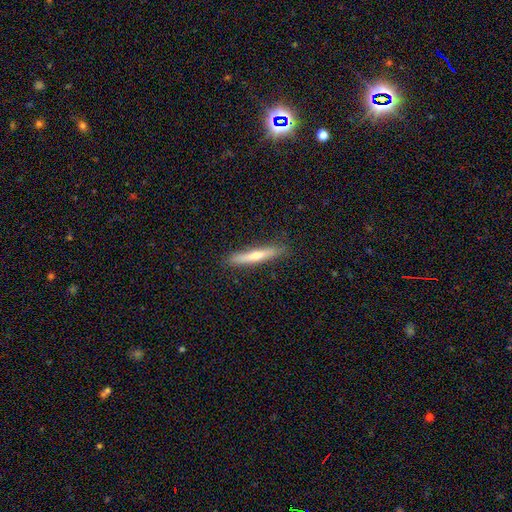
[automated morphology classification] Q: Smooth or featured?
A: smooth (47%); runner-up: featured or disk (46%)
Q: Merging?
A: none (89%); runner-up: minor disturbance (8%)